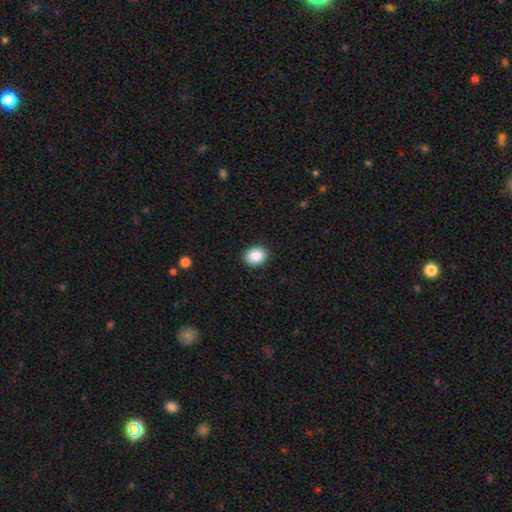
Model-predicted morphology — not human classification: Smooth or featured: smooth — 88% (star or artifact — 8%)
How rounded: in between — 54% (round — 46%)
Merging: none — 91% (minor disturbance — 6%)